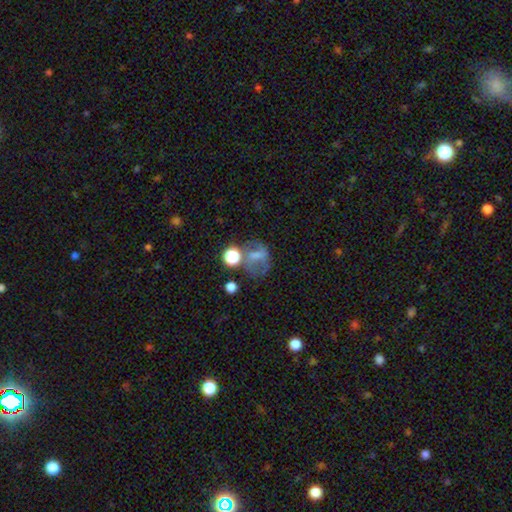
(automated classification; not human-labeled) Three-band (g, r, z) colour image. It shows a smooth galaxy with no disk features (43%). Merging: none (39%).